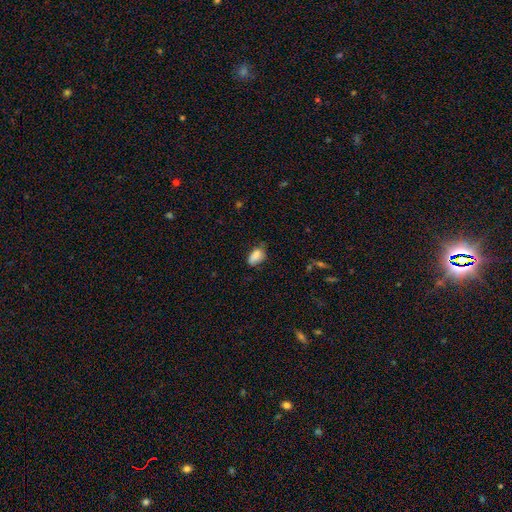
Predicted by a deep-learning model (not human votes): Morphology: type=smooth (83%); roundness=in between (91%); merging=none (53%).